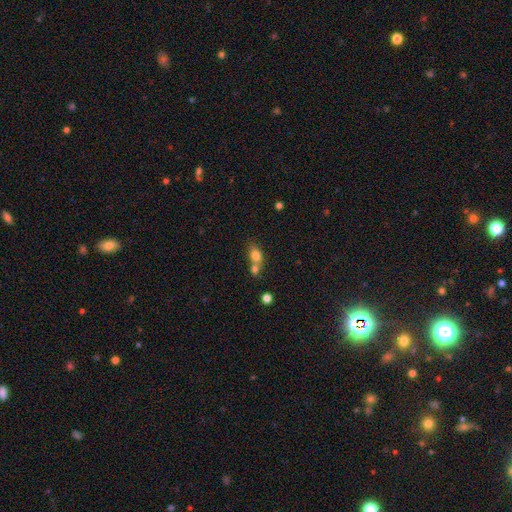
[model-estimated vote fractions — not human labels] A smooth galaxy with no disk features (78%) that is in between round and cigar-shaped (69%).

Vote fractions:
- Smooth or featured? smooth: 78% / featured or disk: 12% / star or artifact: 10%
- How rounded? in between: 69% / round: 27% / cigar-shaped: 4%
- Merging? merger: 55% / none: 32% / minor disturbance: 9% / major disturbance: 4%